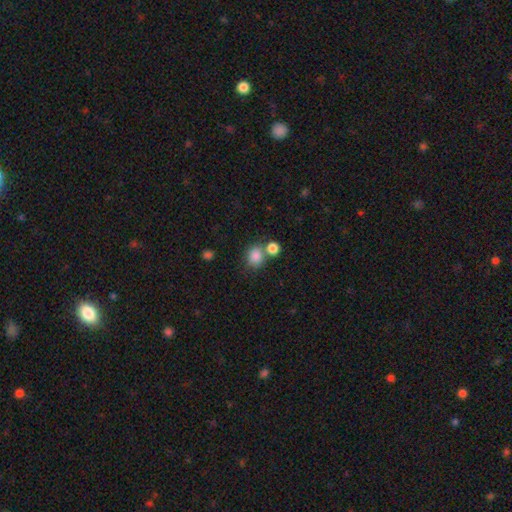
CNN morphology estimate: Overall: smooth (85%). How rounded: round (67%; in between 32%). Merging: none (52%; merger 34%).